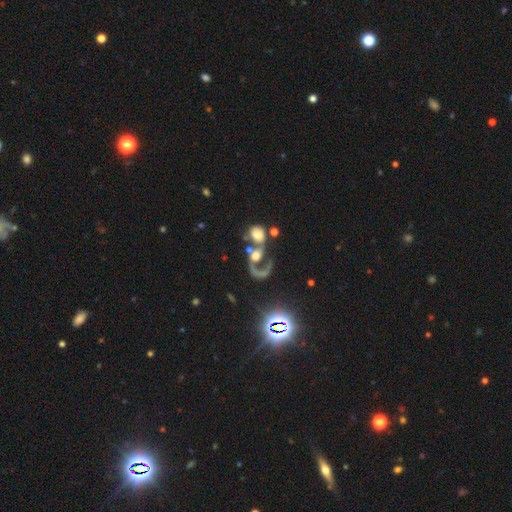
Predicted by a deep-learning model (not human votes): Smooth or featured? featured or disk (58%)
Edge-on disk? no (96%)
Bar? no (69%)
Spiral arms? yes (66%)
Bulge size? moderate (44%)
Merging? merger (55%)